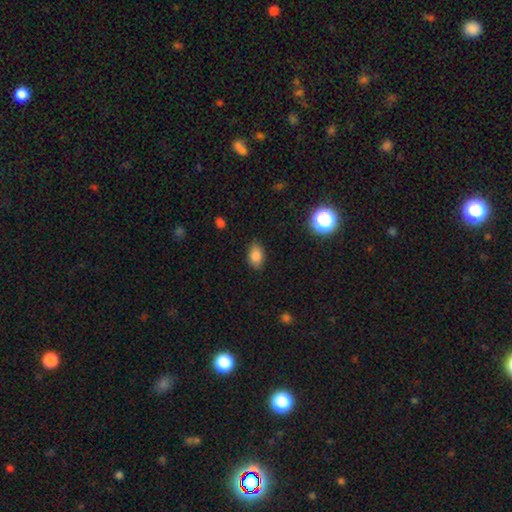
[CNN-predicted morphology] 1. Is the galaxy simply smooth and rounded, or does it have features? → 85% smooth, 10% star or artifact, 5% featured or disk.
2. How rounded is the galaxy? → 85% in between, 13% round, 2% cigar-shaped.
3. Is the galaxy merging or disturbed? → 83% none, 13% minor disturbance, 3% major disturbance, 1% merger.